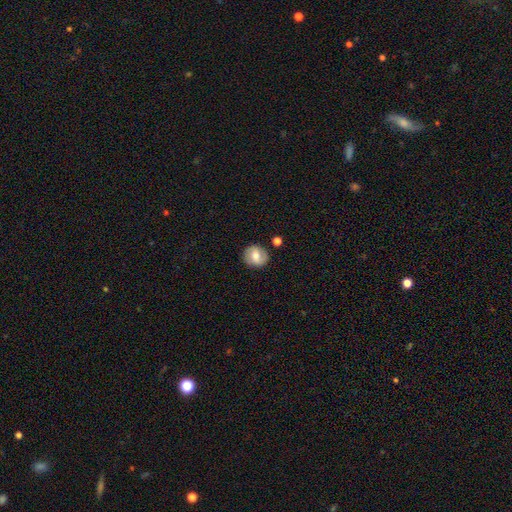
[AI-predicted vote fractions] smooth 52%, featured or disk 40%, star or artifact 8%. Down the decision tree: how rounded — round (83%); merging — none (83%).